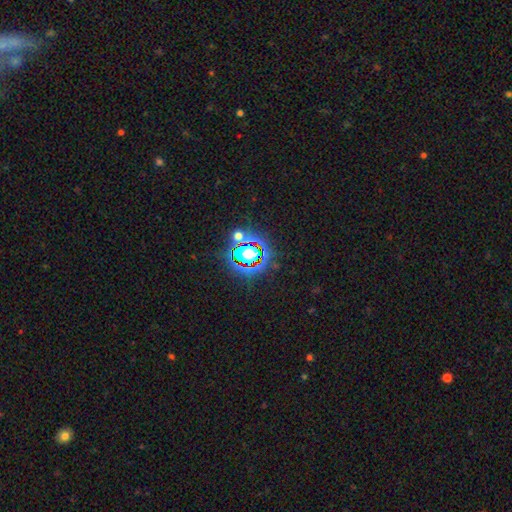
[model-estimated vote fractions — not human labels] Smooth or featured?
  - star or artifact: 68% *
  - smooth: 21%
  - featured or disk: 11%